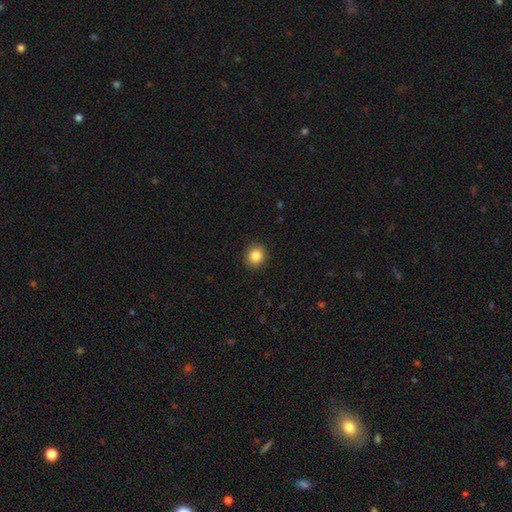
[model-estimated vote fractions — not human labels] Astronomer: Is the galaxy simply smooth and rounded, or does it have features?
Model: smooth — 85%.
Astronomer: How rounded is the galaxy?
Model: round — 86%.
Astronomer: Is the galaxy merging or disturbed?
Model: none — 92%.